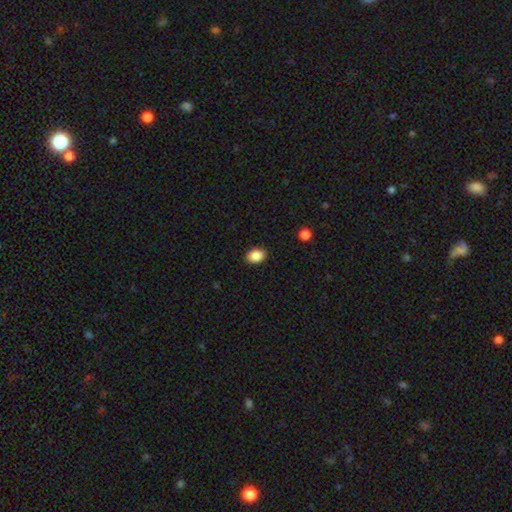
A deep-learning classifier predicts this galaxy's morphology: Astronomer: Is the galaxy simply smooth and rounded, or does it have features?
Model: smooth — 88%.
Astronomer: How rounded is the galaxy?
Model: in between — 74%.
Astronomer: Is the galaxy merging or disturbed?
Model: none — 90%.